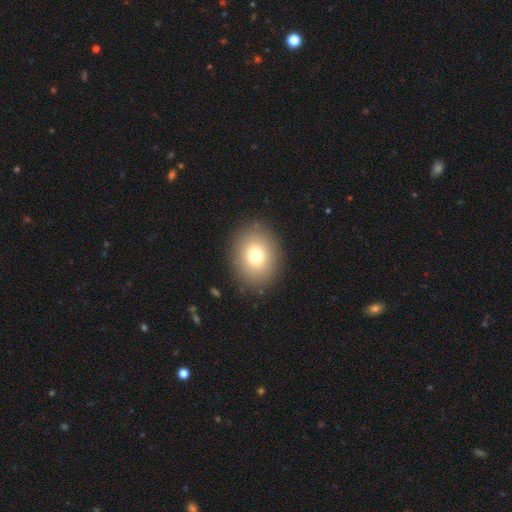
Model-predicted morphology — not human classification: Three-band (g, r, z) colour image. It shows a smooth galaxy with no disk features (75%) that is round (52%). Merging: none (88%).